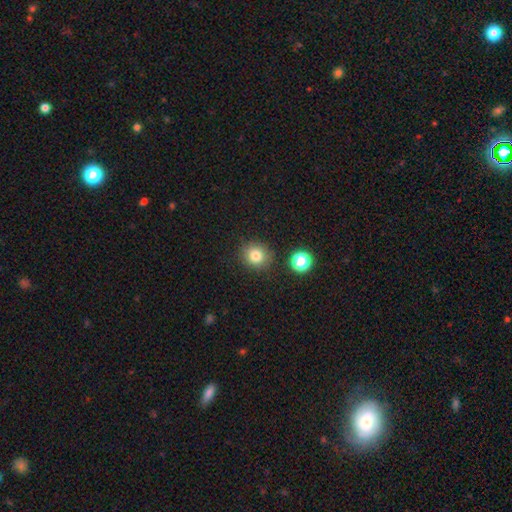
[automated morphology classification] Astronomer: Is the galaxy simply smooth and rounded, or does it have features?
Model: smooth — 81%.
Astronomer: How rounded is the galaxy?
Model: round — 87%.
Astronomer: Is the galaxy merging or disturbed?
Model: none — 85%.